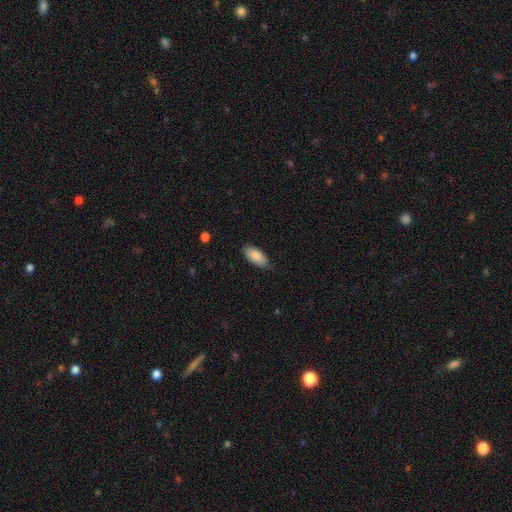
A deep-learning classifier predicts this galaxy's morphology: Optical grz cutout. It shows a smooth galaxy with no disk features (85%) that is in between round and cigar-shaped (91%). Merging: none (74%).